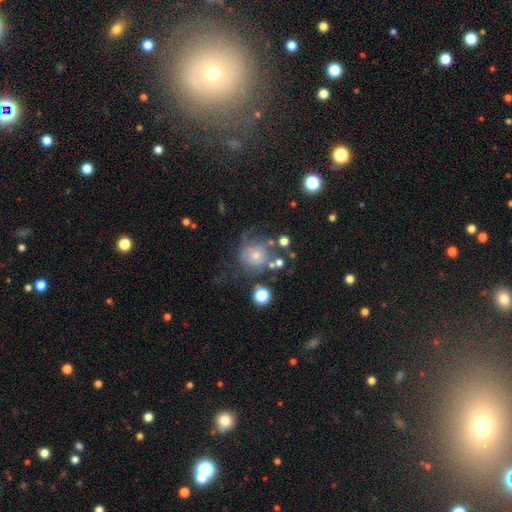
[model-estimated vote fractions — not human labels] This is possibly a smooth galaxy (47%). Merging: marginally none (43%).